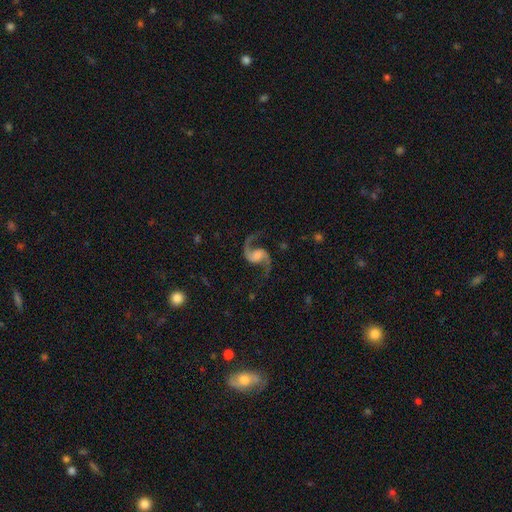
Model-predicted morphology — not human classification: This is clearly a featured or disk galaxy (92%). It is clearly not viewed edge-on (98%). Bar: possibly no (49%). Spiral arm pattern: clearly yes (98%). Spiral arm count: clearly 2 (94%). Spiral winding: likely loose (61%). Central bulge: marginally moderate (30%). Merging: clearly none (80%).